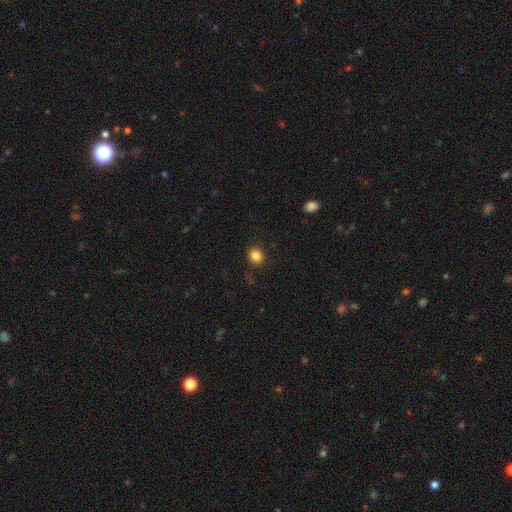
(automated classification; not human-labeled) A smooth galaxy with no disk features (85%) that is round (82%).

Vote fractions:
- Smooth or featured? smooth: 85% / star or artifact: 11% / featured or disk: 4%
- How rounded? round: 82% / in between: 17% / cigar-shaped: 1%
- Merging? none: 88% / minor disturbance: 8% / major disturbance: 3% / merger: 1%